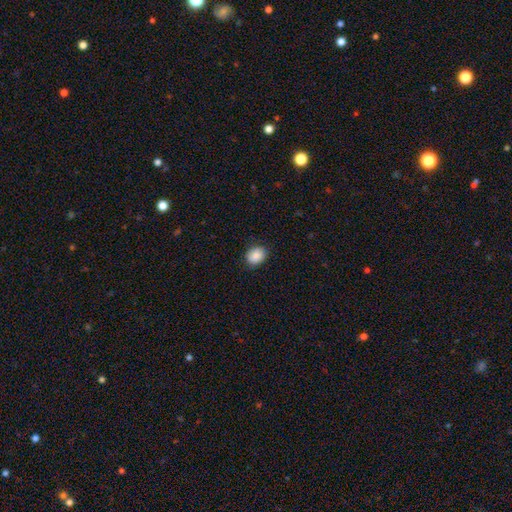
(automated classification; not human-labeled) smooth_or_featured: smooth (p=0.88) [alt: star or artifact p=0.08]
how_rounded: in between (p=0.52) [alt: round p=0.47]
merging: none (p=0.85) [alt: minor disturbance p=0.12]